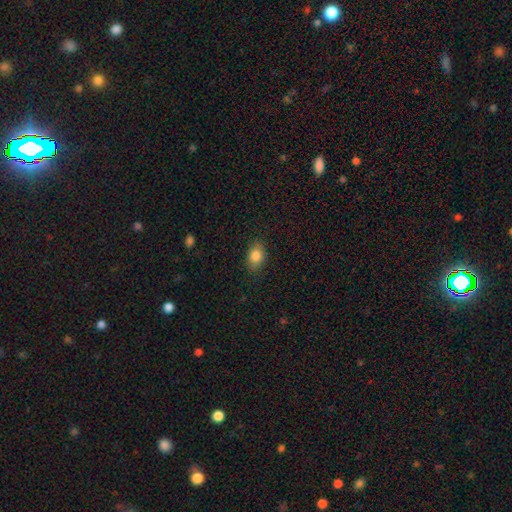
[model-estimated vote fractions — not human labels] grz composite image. It shows a smooth galaxy with no disk features (84%) that is in between round and cigar-shaped (79%). Merging: none (84%).